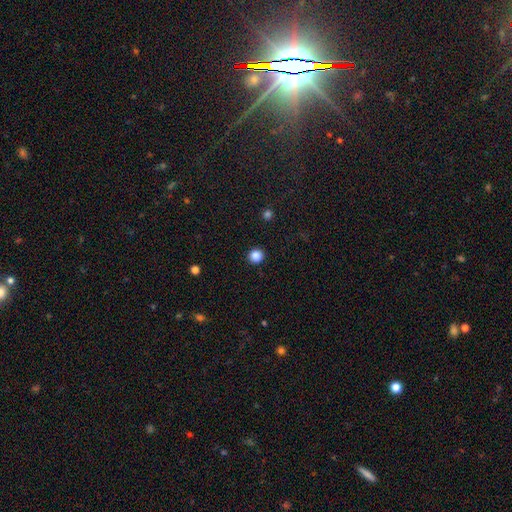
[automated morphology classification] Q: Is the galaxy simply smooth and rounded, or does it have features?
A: smooth — 87%.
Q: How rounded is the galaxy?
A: round — 92%.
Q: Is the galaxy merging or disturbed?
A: none — 92%.